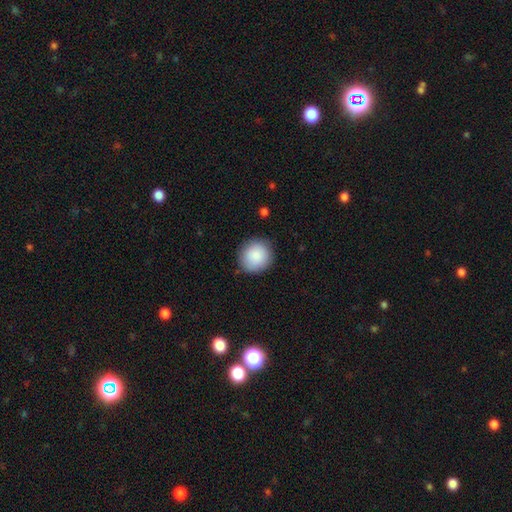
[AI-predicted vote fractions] Smooth or featured?
  - smooth: 87% *
  - star or artifact: 7%
  - featured or disk: 5%
How rounded?
  - round: 91% *
  - in between: 8%
  - cigar-shaped: 1%
Merging?
  - none: 88% *
  - minor disturbance: 9%
  - major disturbance: 2%
  - merger: 1%